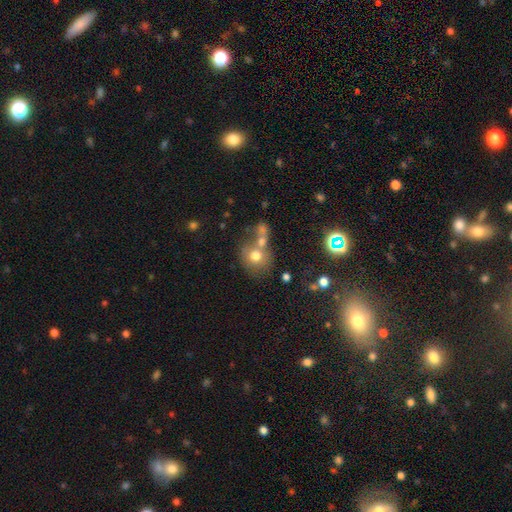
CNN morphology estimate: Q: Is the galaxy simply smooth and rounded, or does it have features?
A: smooth — 70%.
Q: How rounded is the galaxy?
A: round — 76%.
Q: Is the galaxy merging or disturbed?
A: merger — 43%.